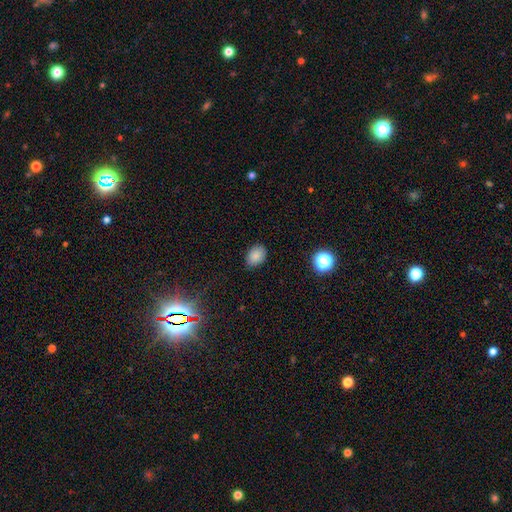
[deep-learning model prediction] Q: Smooth or featured?
A: smooth (84%); runner-up: star or artifact (11%)
Q: How rounded?
A: in between (72%); runner-up: round (27%)
Q: Merging?
A: none (82%); runner-up: minor disturbance (14%)